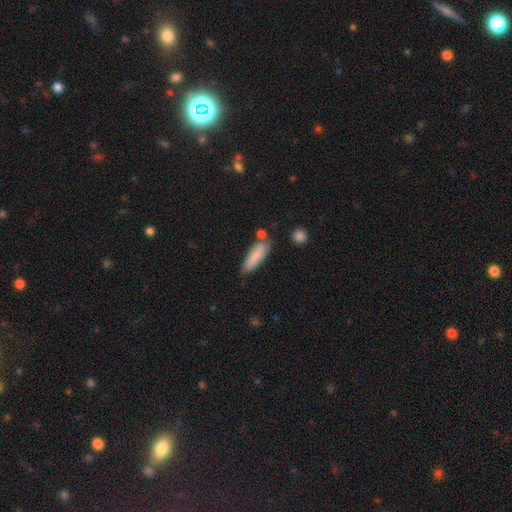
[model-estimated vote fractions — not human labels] Q: Smooth or featured?
A: smooth (82%); runner-up: featured or disk (12%)
Q: How rounded?
A: cigar-shaped (58%); runner-up: in between (41%)
Q: Merging?
A: none (65%); runner-up: minor disturbance (21%)